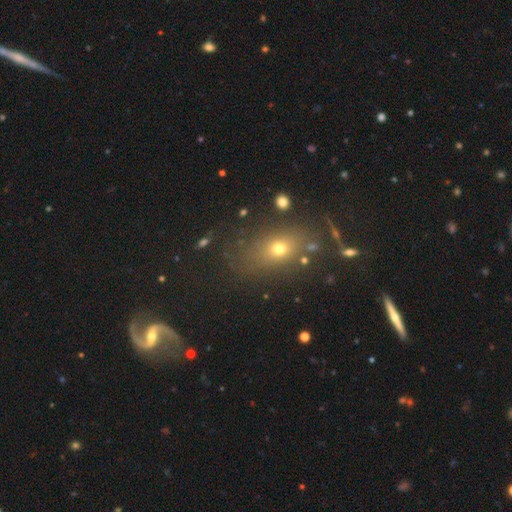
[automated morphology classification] Q: Smooth or featured?
A: smooth (41%); runner-up: featured or disk (38%)
Q: Merging?
A: none (72%); runner-up: minor disturbance (15%)